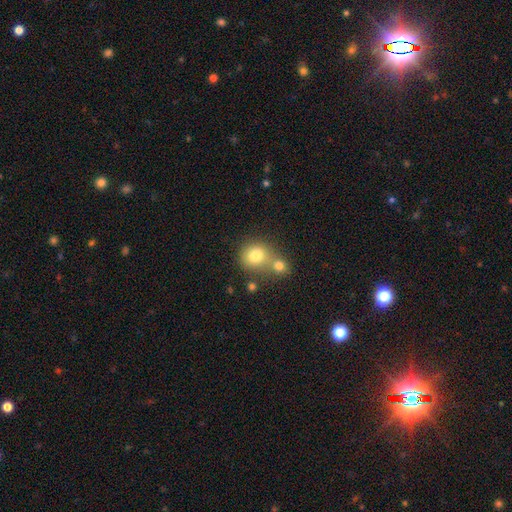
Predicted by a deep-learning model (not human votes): Smooth or featured? Predicted: smooth (p=0.78). How rounded? Predicted: round (p=0.82). Merging? Predicted: merger (p=0.45).